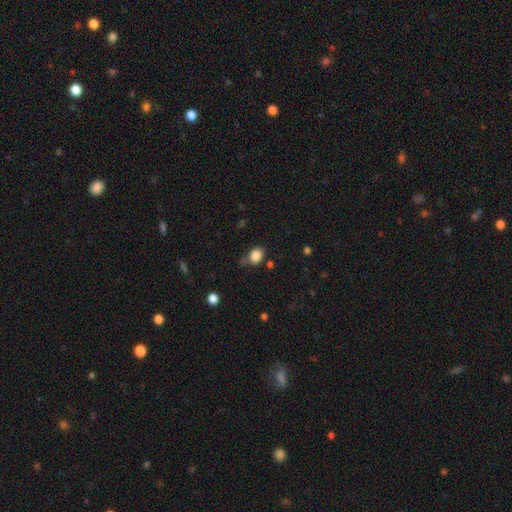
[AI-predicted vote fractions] Morphology: type=smooth (85%); roundness=in between (56%); merging=none (71%).